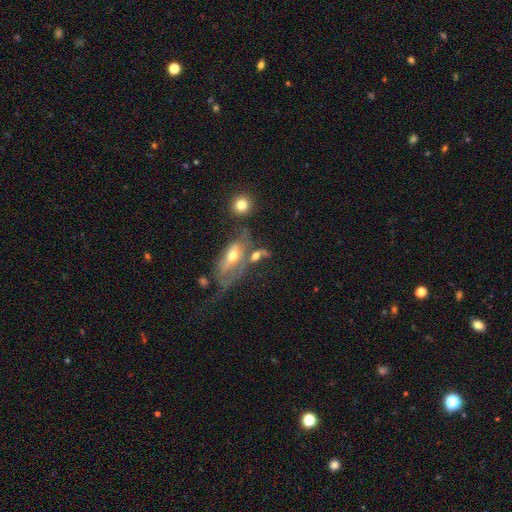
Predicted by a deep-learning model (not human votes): Smooth or featured? smooth (46%)
Merging? merger (34%)